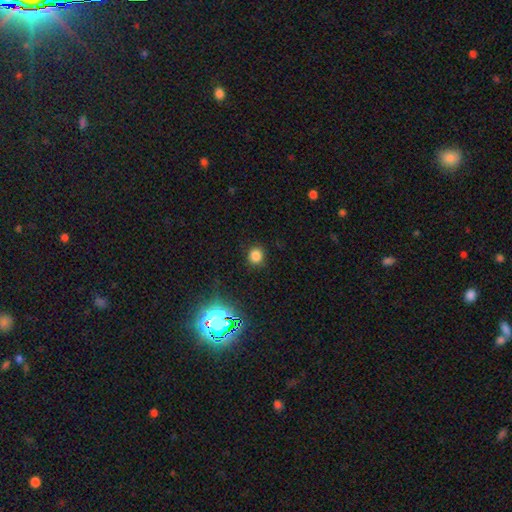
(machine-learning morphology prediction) A smooth galaxy with no disk features (78%) that is round (85%). Merging: none (87%).